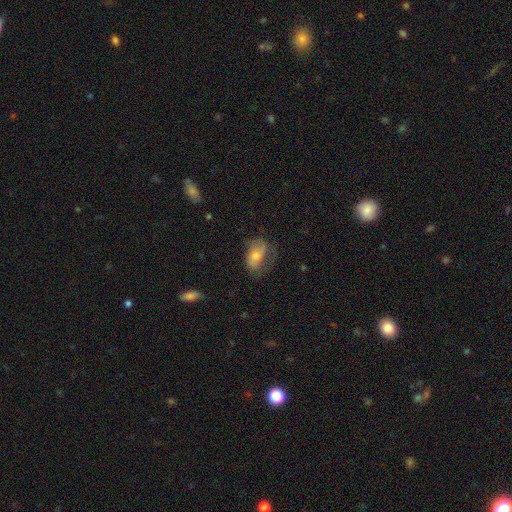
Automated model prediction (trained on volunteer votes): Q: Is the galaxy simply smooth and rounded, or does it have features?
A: smooth — 53%.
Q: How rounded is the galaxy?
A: in between — 85%.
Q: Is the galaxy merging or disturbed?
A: none — 50%.